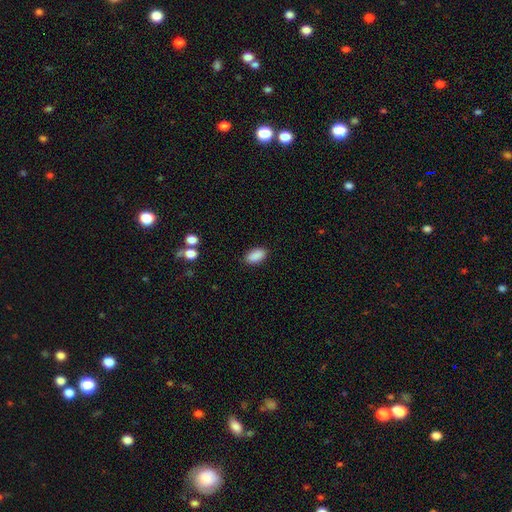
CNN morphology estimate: Smooth or featured: smooth — 89% (star or artifact — 8%)
How rounded: in between — 92% (round — 4%)
Merging: none — 87% (minor disturbance — 9%)